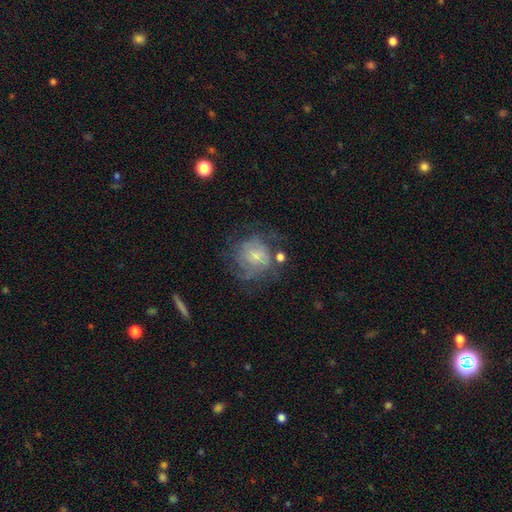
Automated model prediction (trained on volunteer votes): Smooth or featured: featured or disk — 58% (smooth — 32%)
Edge-on disk: no — 97% (yes — 3%)
Bar: no — 73% (weak — 24%)
Spiral arms: yes — 72% (no — 28%)
Bulge size: small — 63% (moderate — 26%)
Merging: none — 51% (major disturbance — 22%)